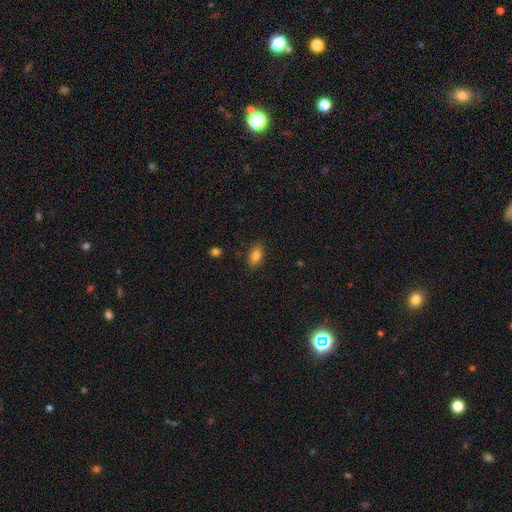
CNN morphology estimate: Smooth or featured? Predicted: smooth (p=0.82). How rounded? Predicted: in between (p=0.88). Merging? Predicted: none (p=0.85).